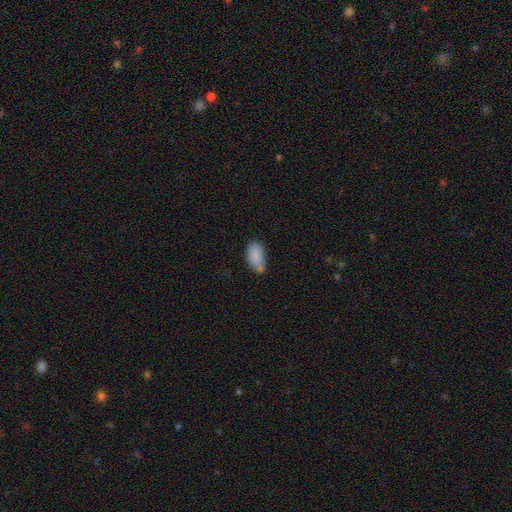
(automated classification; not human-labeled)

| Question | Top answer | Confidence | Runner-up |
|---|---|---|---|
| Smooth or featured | smooth | 84% | star or artifact (8%) |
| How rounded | in between | 92% | round (4%) |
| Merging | none | 48% | minor disturbance (31%) |